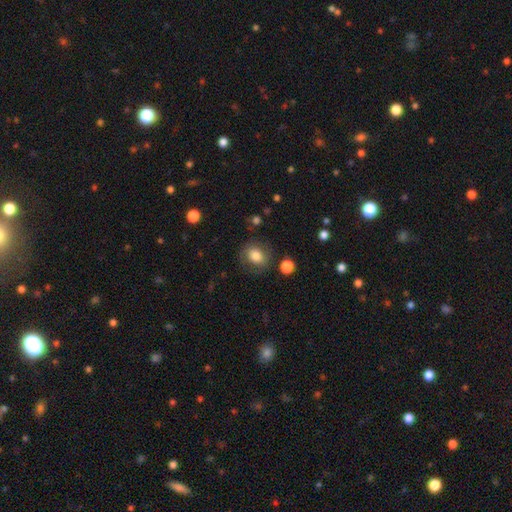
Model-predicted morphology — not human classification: Smooth or featured? smooth (78%)
How rounded? round (62%)
Merging? none (77%)